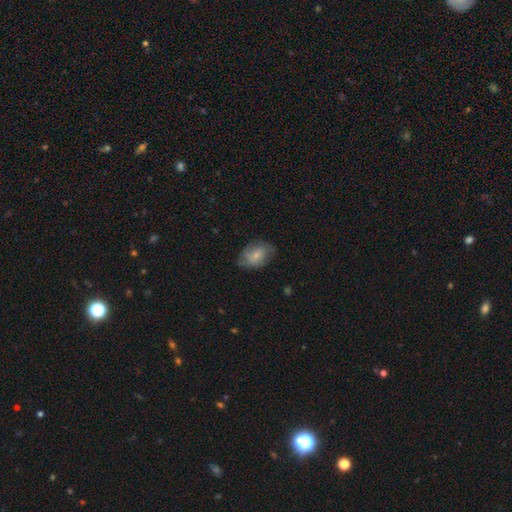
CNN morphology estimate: The model was most divided on "smooth or featured": smooth: 66%, featured or disk: 27%, star or artifact: 7%. More confident: how rounded — in between (82%); merging — none (66%).